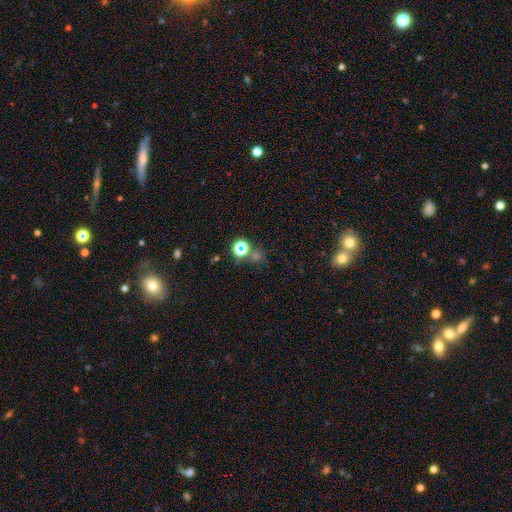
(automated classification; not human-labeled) smooth-or-featured: star or artifact: 56% | smooth: 35% | featured or disk: 9%